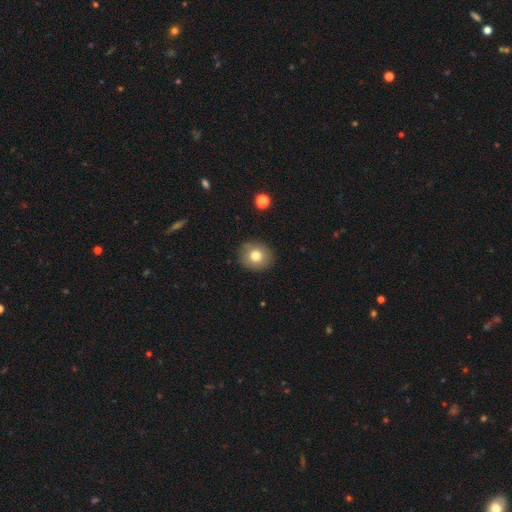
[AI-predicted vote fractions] A smooth galaxy with no disk features (77%) that is round (74%).

Vote fractions:
- Smooth or featured? smooth: 77% / featured or disk: 13% / star or artifact: 10%
- How rounded? round: 74% / in between: 25% / cigar-shaped: 1%
- Merging? none: 88% / minor disturbance: 9% / major disturbance: 2% / merger: 1%